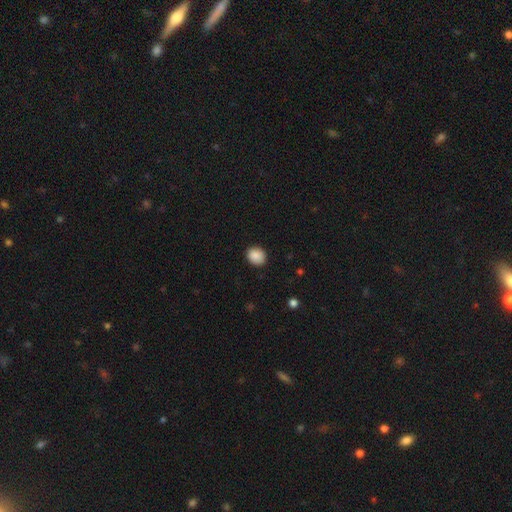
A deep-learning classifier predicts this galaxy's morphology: smooth_or_featured: smooth (p=0.89) [alt: star or artifact p=0.08]
how_rounded: round (p=0.65) [alt: in between p=0.34]
merging: none (p=0.88) [alt: minor disturbance p=0.08]